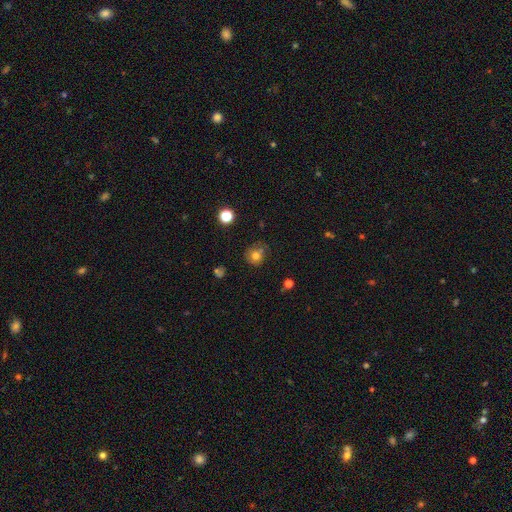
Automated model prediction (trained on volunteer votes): A smooth galaxy with no disk features (74%) that is round (86%).

Vote fractions:
- Smooth or featured? smooth: 74% / star or artifact: 15% / featured or disk: 11%
- How rounded? round: 86% / in between: 13% / cigar-shaped: 1%
- Merging? none: 65% / minor disturbance: 20% / merger: 7% / major disturbance: 7%